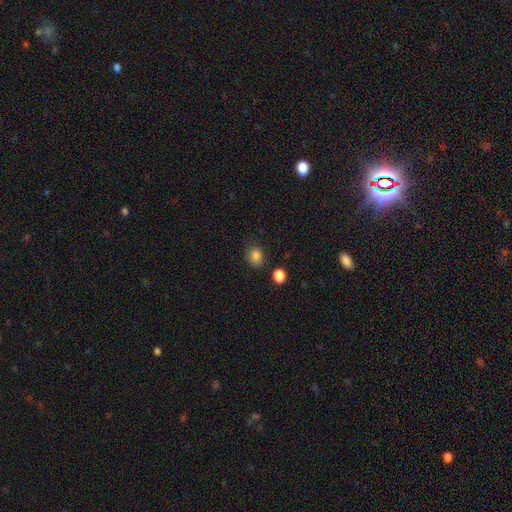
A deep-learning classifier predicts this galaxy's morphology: Smooth or featured: smooth — 84% (star or artifact — 11%)
How rounded: in between — 50% (round — 49%)
Merging: none — 76% (minor disturbance — 15%)